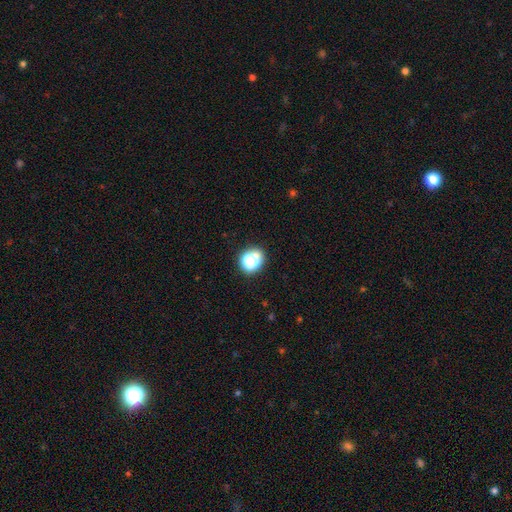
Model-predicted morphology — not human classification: smooth 62%, star or artifact 27%, featured or disk 11%. Down the decision tree: how rounded — round (76%); merging — none (75%).